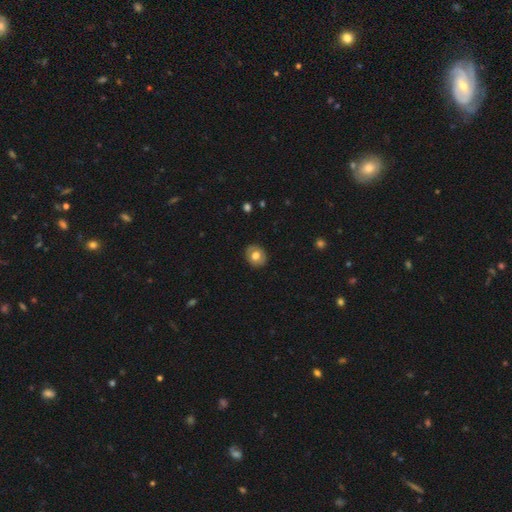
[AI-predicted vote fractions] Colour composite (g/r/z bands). It shows a smooth galaxy with no disk features (71%) that is round (72%). Merging: none (87%).